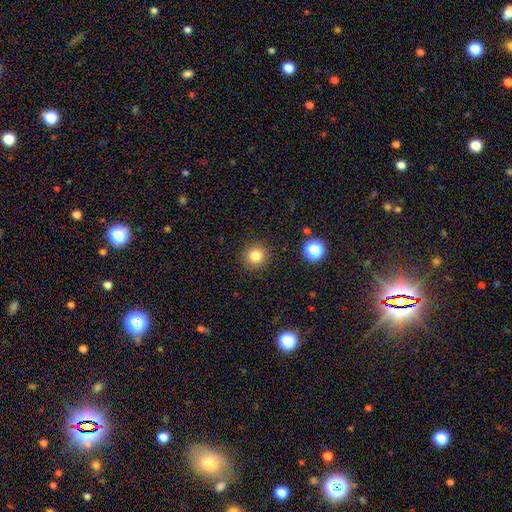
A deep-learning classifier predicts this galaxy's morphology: Smooth or featured?
  - smooth: 82% *
  - star or artifact: 13%
  - featured or disk: 6%
How rounded?
  - round: 93% *
  - in between: 6%
  - cigar-shaped: 1%
Merging?
  - none: 90% *
  - minor disturbance: 6%
  - major disturbance: 2%
  - merger: 1%